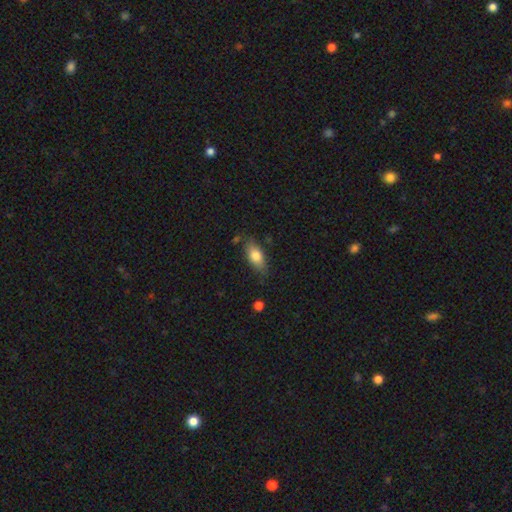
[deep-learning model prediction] A smooth galaxy with no disk features (76%) that is in between round and cigar-shaped (82%).

Vote fractions:
- Smooth or featured? smooth: 76% / featured or disk: 17% / star or artifact: 7%
- How rounded? in between: 82% / cigar-shaped: 14% / round: 4%
- Merging? none: 77% / minor disturbance: 17% / major disturbance: 3% / merger: 3%